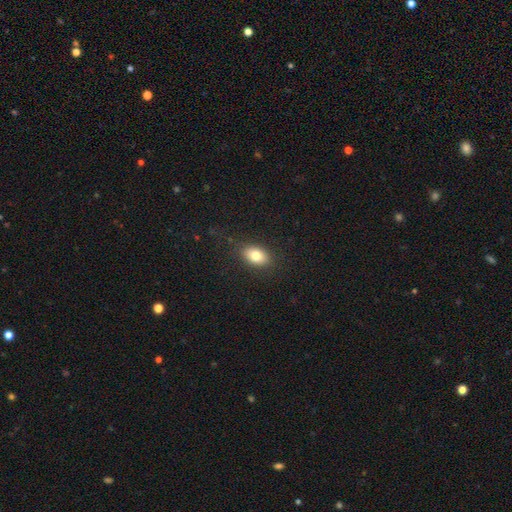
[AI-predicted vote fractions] smooth_or_featured: smooth (p=0.80) [alt: featured or disk p=0.11]
how_rounded: in between (p=0.87) [alt: round p=0.12]
merging: none (p=0.86) [alt: minor disturbance p=0.10]